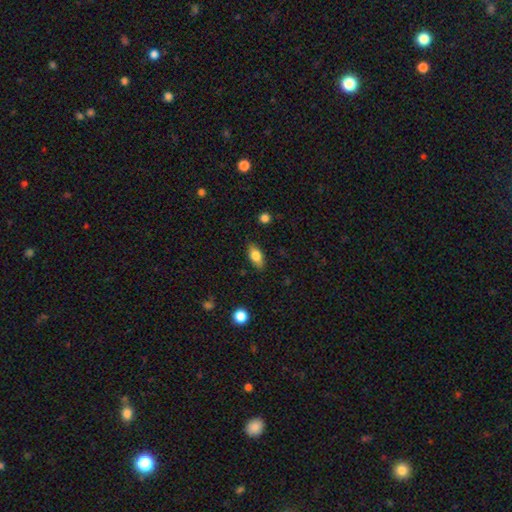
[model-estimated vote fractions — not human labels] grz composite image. It shows a smooth galaxy with no disk features (79%) that is in between round and cigar-shaped (86%). Merging: none (86%).